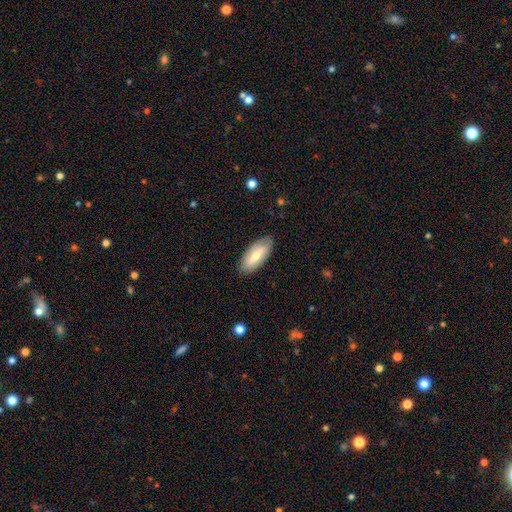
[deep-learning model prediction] smooth 54%, featured or disk 40%, star or artifact 6%. Down the decision tree: how rounded — in between (80%); merging — none (84%).